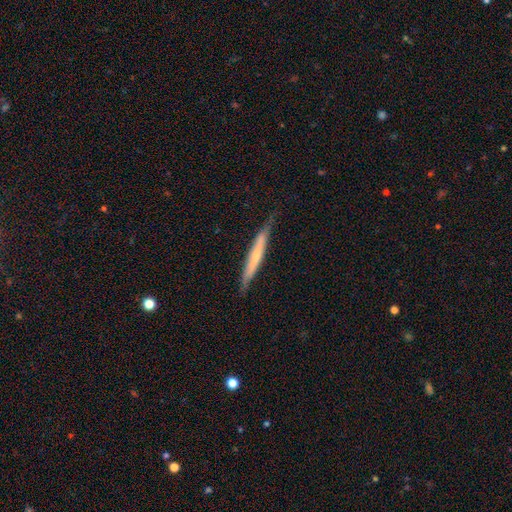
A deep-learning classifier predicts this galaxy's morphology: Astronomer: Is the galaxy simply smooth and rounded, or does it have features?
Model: smooth — 48% (runner-up: featured or disk, 46%).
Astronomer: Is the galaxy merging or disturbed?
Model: none — 77%.